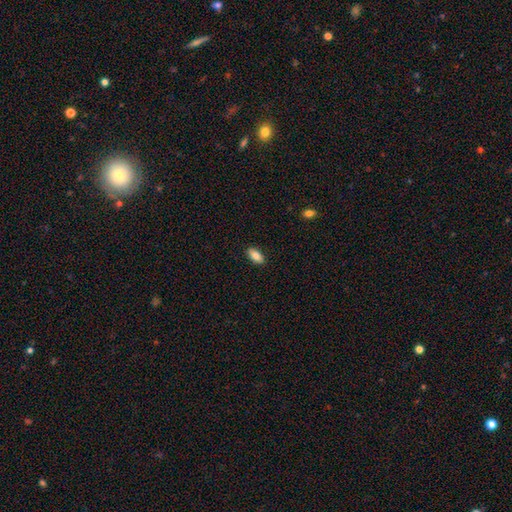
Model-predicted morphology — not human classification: This appears to be a smooth galaxy with no disk features (83%) that is in between round and cigar-shaped (90%). Merging: none (90%).